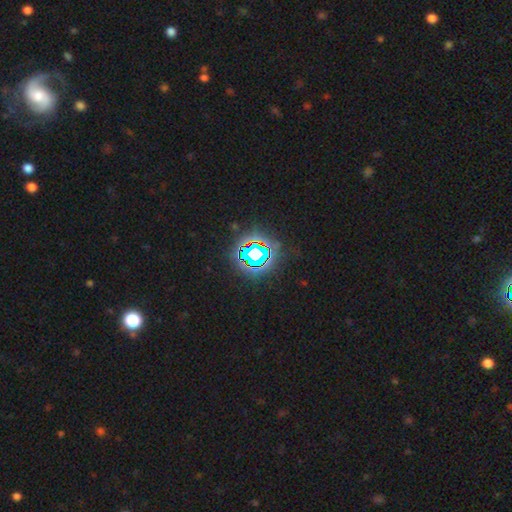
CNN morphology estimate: This is clearly a star or artifact rather than a galaxy (82%).